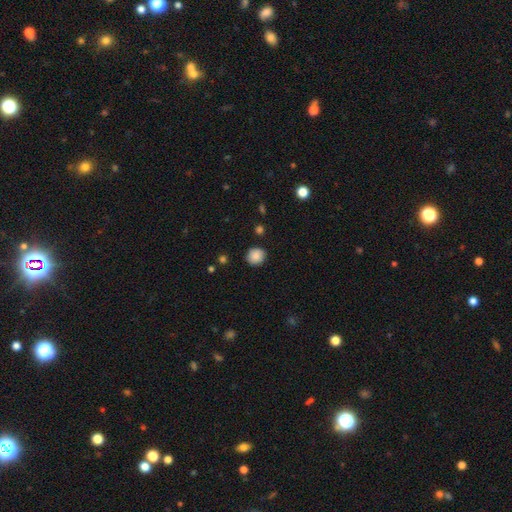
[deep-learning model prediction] Smooth or featured?
  - smooth: 86% *
  - star or artifact: 9%
  - featured or disk: 5%
How rounded?
  - round: 87% *
  - in between: 12%
  - cigar-shaped: 1%
Merging?
  - none: 87% *
  - minor disturbance: 9%
  - major disturbance: 2%
  - merger: 1%